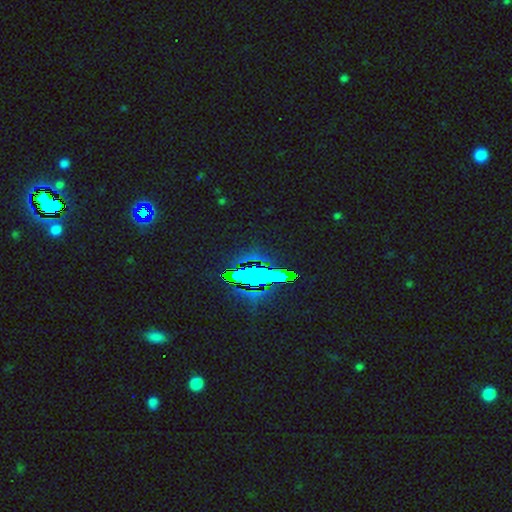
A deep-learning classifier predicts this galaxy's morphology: Smooth or featured: star or artifact — 80% (smooth — 11%)